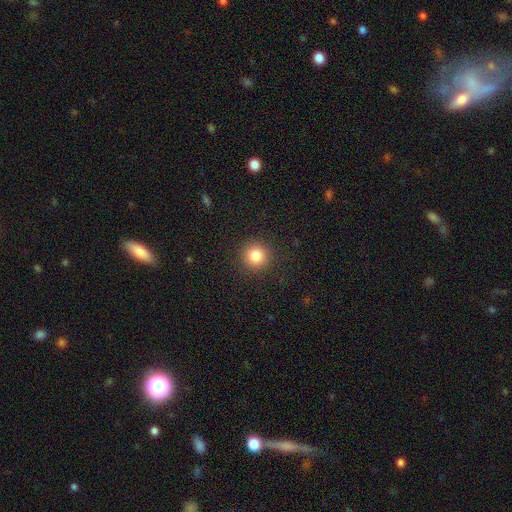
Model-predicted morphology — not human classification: Smooth or featured?
  - smooth: 83% *
  - star or artifact: 11%
  - featured or disk: 5%
How rounded?
  - round: 94% *
  - in between: 5%
  - cigar-shaped: 1%
Merging?
  - none: 91% *
  - minor disturbance: 6%
  - major disturbance: 2%
  - merger: 1%